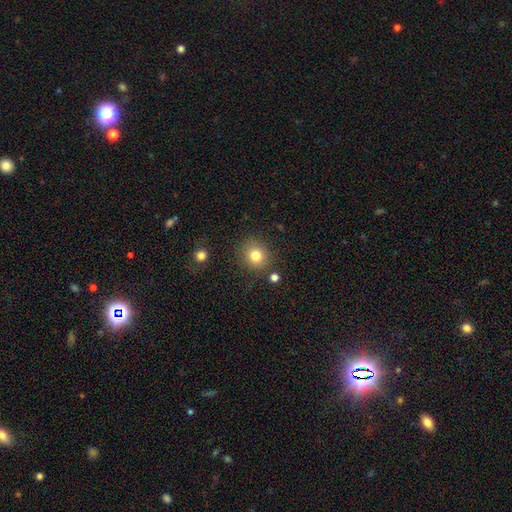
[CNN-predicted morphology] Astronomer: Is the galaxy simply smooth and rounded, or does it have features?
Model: smooth — 81%.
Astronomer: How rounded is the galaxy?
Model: round — 85%.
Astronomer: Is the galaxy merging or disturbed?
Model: none — 84%.